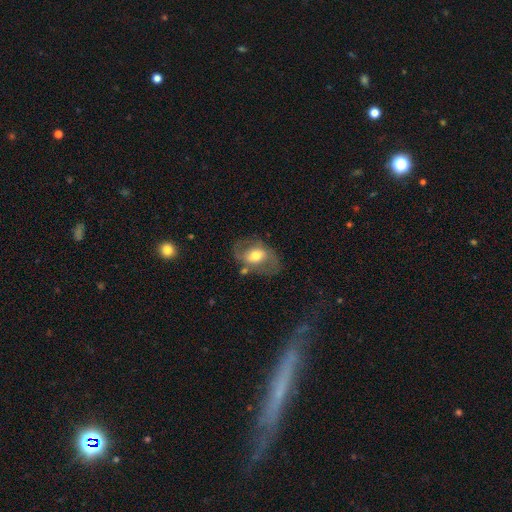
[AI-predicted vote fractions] Smooth or featured? featured or disk (50%)
Merging? none (61%)